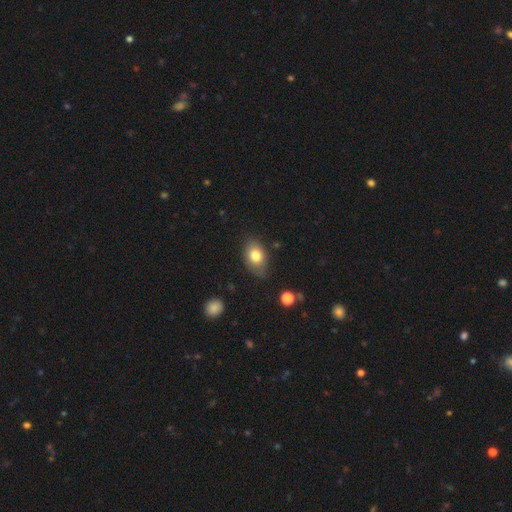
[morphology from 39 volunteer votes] smooth 77%, featured or disk 15%, star or artifact 8%. Down the decision tree: how rounded — in between (77%); merging — none (78%).